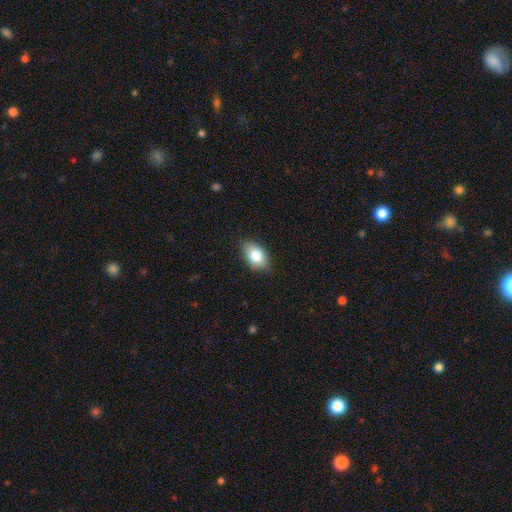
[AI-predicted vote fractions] A smooth galaxy with no disk features (82%) that is in between round and cigar-shaped (90%). Merging: none (84%).